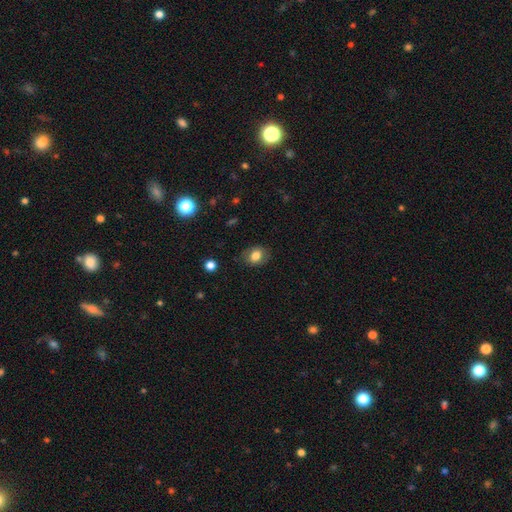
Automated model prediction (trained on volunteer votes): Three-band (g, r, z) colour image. It shows a smooth galaxy with no disk features (79%) that is in between round and cigar-shaped (59%). Merging: none (80%).